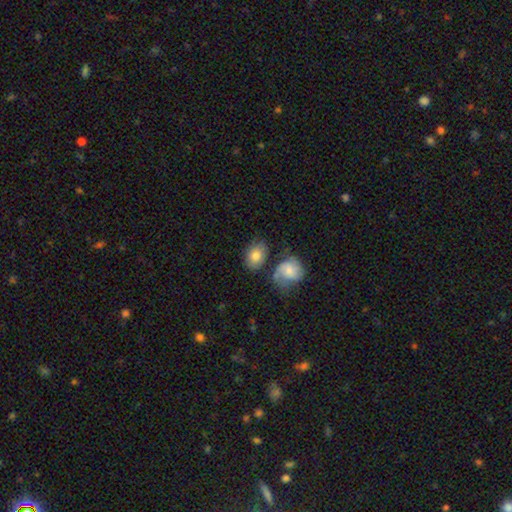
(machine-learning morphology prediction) smooth 76%, featured or disk 17%, star or artifact 7%. Down the decision tree: how rounded — in between (75%); merging — none (57%).